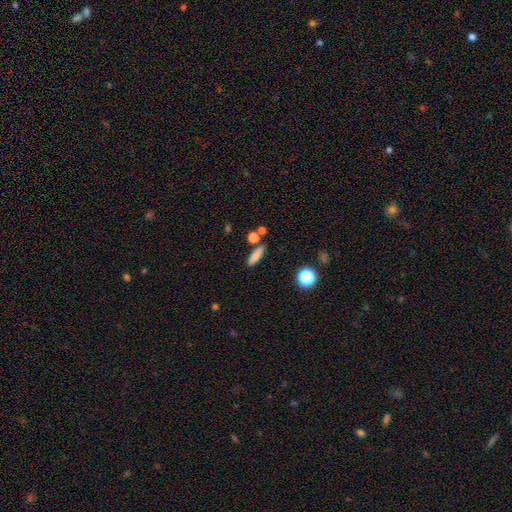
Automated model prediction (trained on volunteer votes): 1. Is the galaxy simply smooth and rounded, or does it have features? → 80% smooth, 10% featured or disk, 10% star or artifact.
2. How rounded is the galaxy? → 62% cigar-shaped, 32% in between, 6% round.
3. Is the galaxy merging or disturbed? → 78% none, 10% minor disturbance, 8% merger, 3% major disturbance.